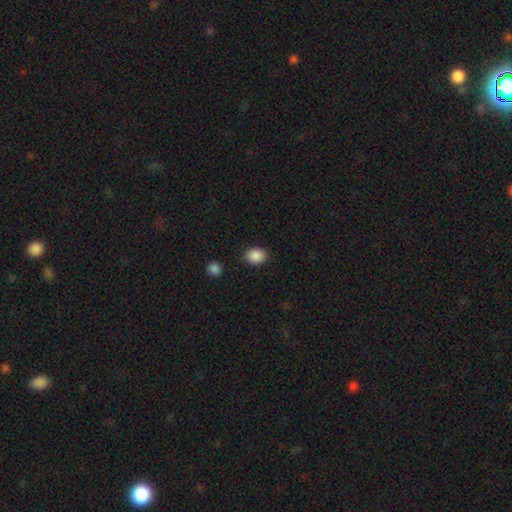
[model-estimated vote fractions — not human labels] Overall: smooth (88%). How rounded: round (51%; in between 48%). Merging: none (86%).